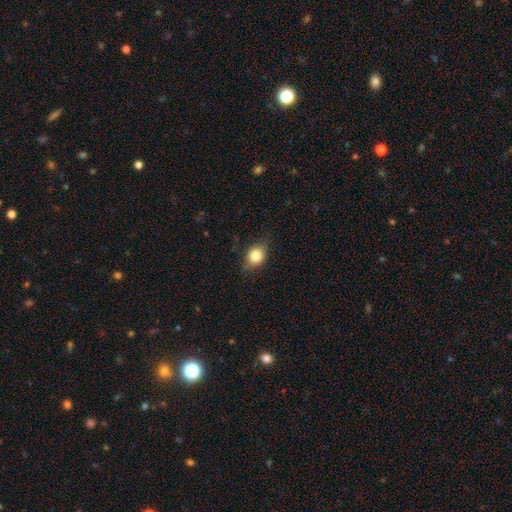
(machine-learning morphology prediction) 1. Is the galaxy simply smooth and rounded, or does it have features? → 79% smooth, 12% featured or disk, 9% star or artifact.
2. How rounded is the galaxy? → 55% in between, 43% round, 2% cigar-shaped.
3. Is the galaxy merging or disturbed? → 76% none, 19% minor disturbance, 4% major disturbance, 1% merger.